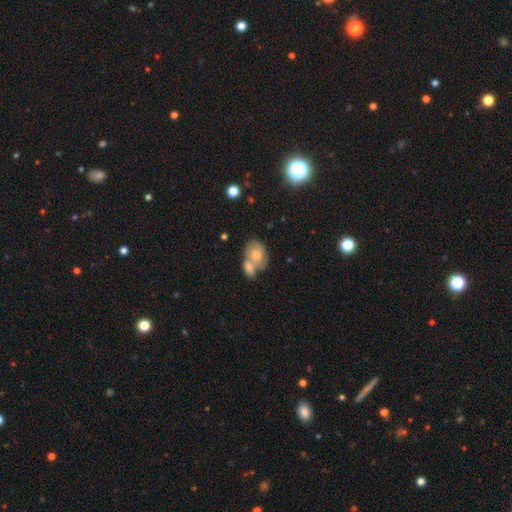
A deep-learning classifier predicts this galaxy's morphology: smooth_or_featured: smooth (p=0.70) [alt: featured or disk p=0.23]
how_rounded: in between (p=0.70) [alt: round p=0.29]
merging: merger (p=0.65) [alt: none p=0.21]